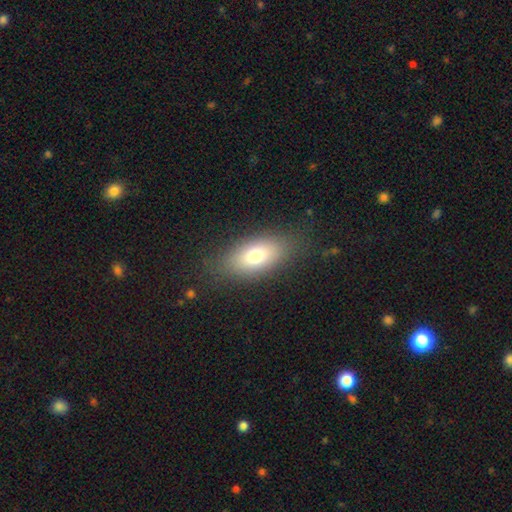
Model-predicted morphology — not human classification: Overall: smooth (74%). How rounded: in between (85%). Merging: none (80%).